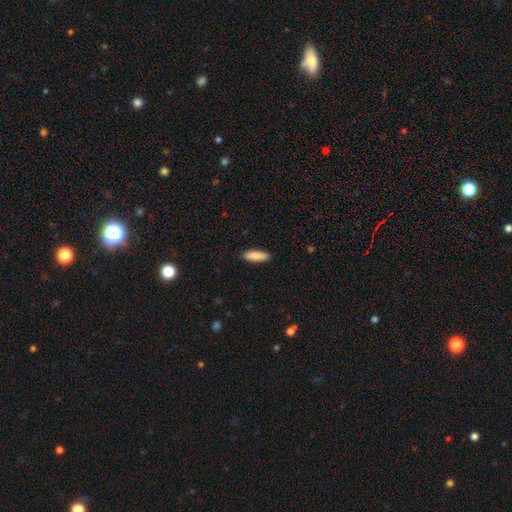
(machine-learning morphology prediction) A smooth galaxy with no disk features (89%) that is in between round and cigar-shaped (53%). Merging: none (89%).